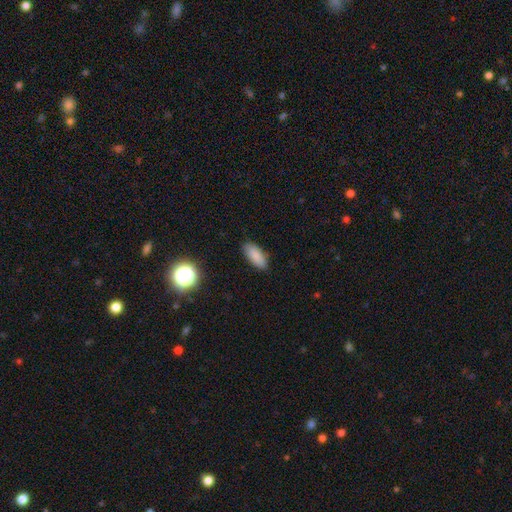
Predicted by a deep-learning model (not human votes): Smooth or featured: smooth — 86% (star or artifact — 8%)
How rounded: in between — 84% (cigar-shaped — 13%)
Merging: none — 84% (minor disturbance — 12%)